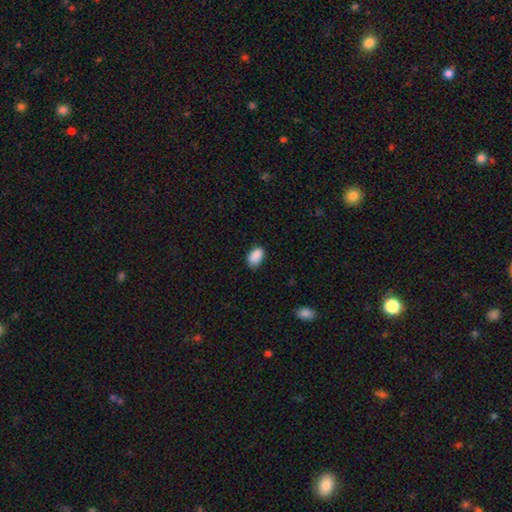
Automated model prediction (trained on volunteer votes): Smooth or featured?
  - smooth: 89% *
  - star or artifact: 8%
  - featured or disk: 3%
How rounded?
  - in between: 89% *
  - round: 9%
  - cigar-shaped: 1%
Merging?
  - none: 77% *
  - minor disturbance: 19%
  - major disturbance: 3%
  - merger: 1%